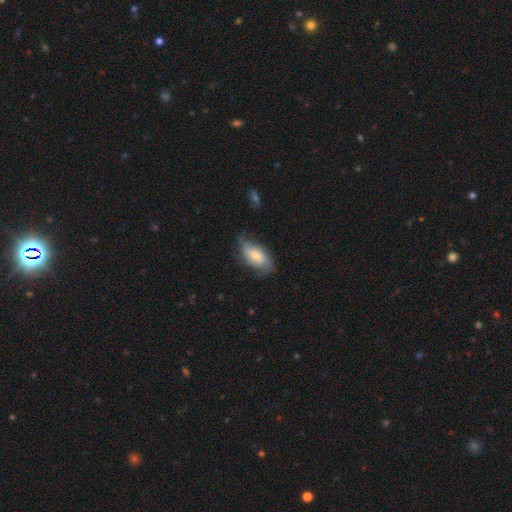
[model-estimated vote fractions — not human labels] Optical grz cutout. It shows a smooth galaxy with no disk features (52%) that is in between round and cigar-shaped (90%). Merging: none (62%).